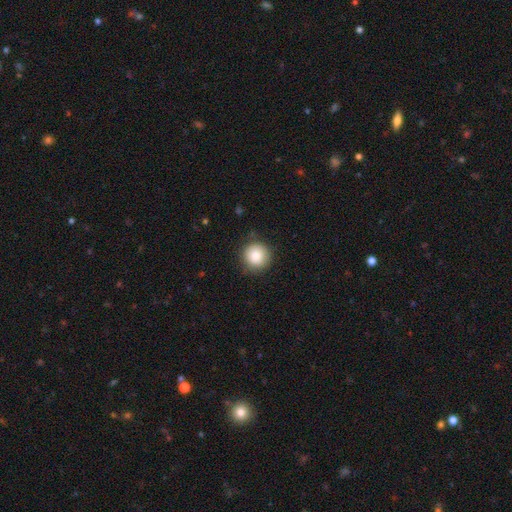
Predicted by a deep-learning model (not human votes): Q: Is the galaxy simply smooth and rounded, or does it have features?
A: smooth — 84%.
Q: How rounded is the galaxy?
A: round — 95%.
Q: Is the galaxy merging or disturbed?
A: none — 87%.